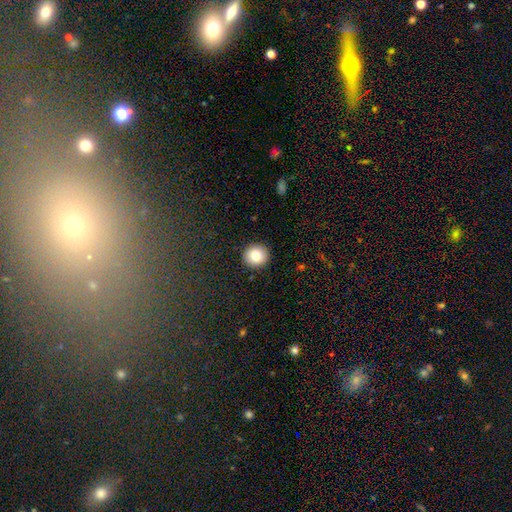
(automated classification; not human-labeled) A smooth galaxy with no disk features (82%) that is round (94%).

Vote fractions:
- Smooth or featured? smooth: 82% / star or artifact: 9% / featured or disk: 9%
- How rounded? round: 94% / in between: 5% / cigar-shaped: 1%
- Merging? none: 92% / minor disturbance: 5% / major disturbance: 2% / merger: 1%